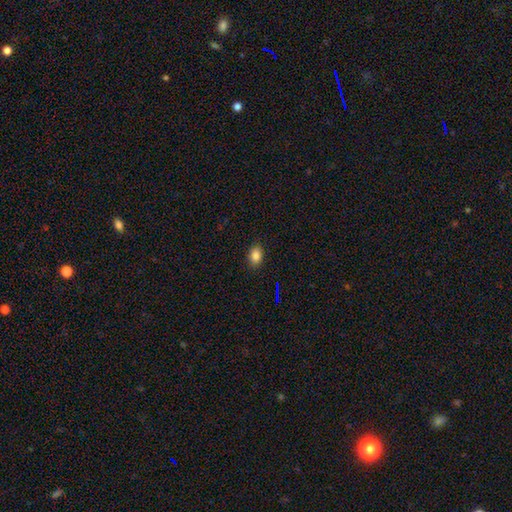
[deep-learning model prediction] Q: Smooth or featured?
A: smooth (84%); runner-up: star or artifact (11%)
Q: How rounded?
A: in between (76%); runner-up: round (22%)
Q: Merging?
A: none (88%); runner-up: minor disturbance (9%)